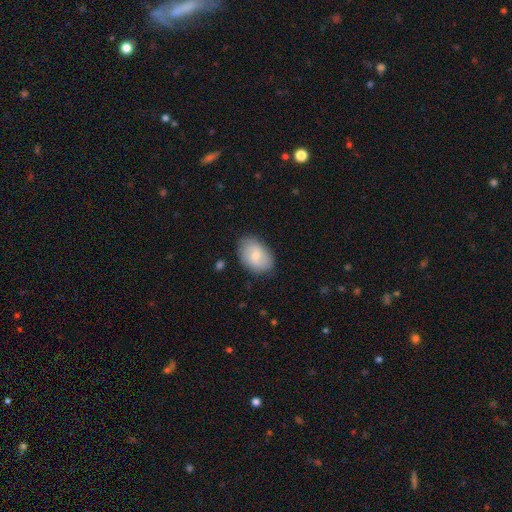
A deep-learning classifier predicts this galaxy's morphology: This is likely a smooth galaxy (61%). How rounded: clearly in between (84%). Merging: likely none (80%).